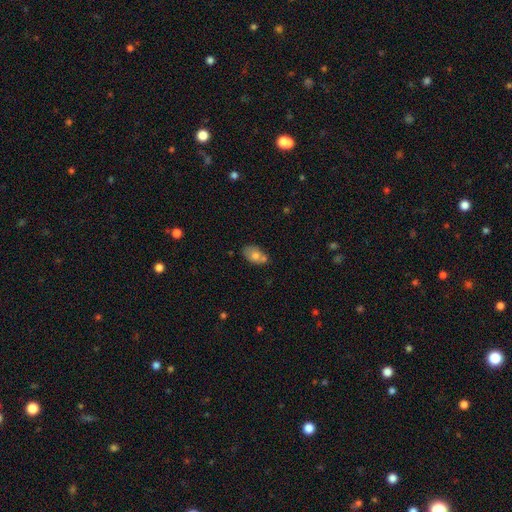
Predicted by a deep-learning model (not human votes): Smooth or featured: smooth — 71% (featured or disk — 20%)
How rounded: in between — 82% (round — 16%)
Merging: none — 48% (merger — 28%)